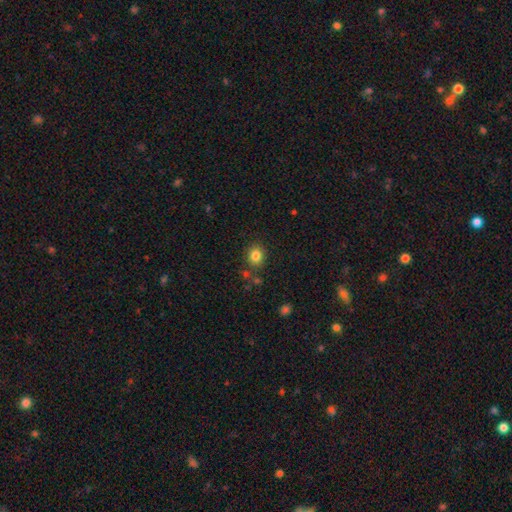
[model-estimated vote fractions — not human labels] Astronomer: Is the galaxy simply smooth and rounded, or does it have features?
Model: smooth — 83%.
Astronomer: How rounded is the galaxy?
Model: round — 75%.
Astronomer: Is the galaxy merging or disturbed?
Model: none — 81%.